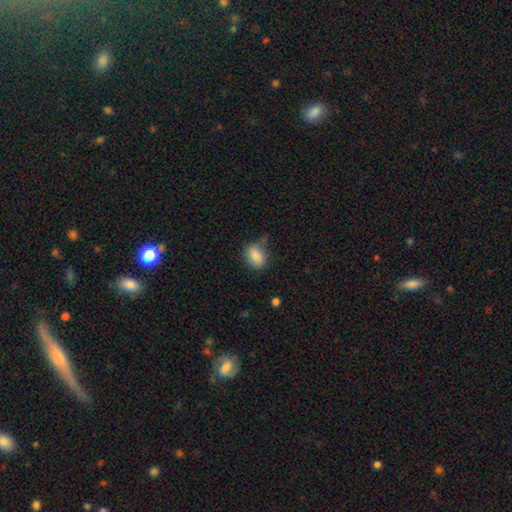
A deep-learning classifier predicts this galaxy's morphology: type=smooth (86%); roundness=in between (73%); merging=none (65%).